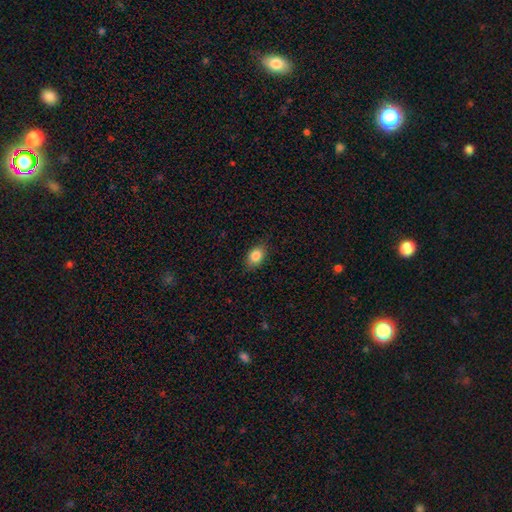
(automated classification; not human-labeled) smooth-or-featured: smooth: 85% | star or artifact: 8% | featured or disk: 7%
  how-rounded: in between: 78% | round: 20% | cigar-shaped: 2%
  merging: none: 84% | minor disturbance: 12% | major disturbance: 3% | merger: 1%